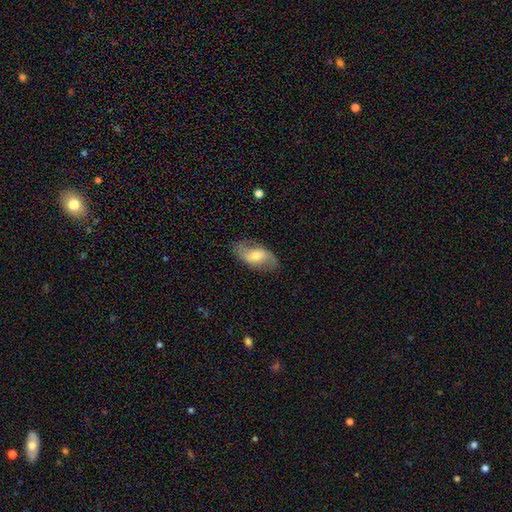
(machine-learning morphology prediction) This is likely a featured or disk galaxy (60%). It is clearly not viewed edge-on (93%). Bar: marginally weak (44%). Spiral arm pattern: clearly yes (83%). Central bulge: possibly moderate (59%). Merging: clearly none (80%).